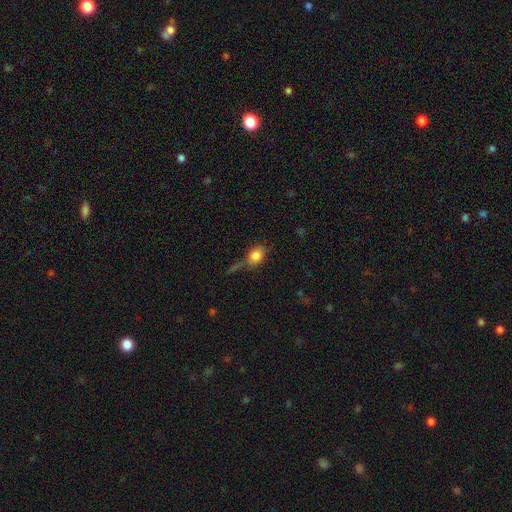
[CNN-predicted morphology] This appears to be a smooth galaxy with no disk features (81%) that is in between round and cigar-shaped (64%). Merging: none (49%).